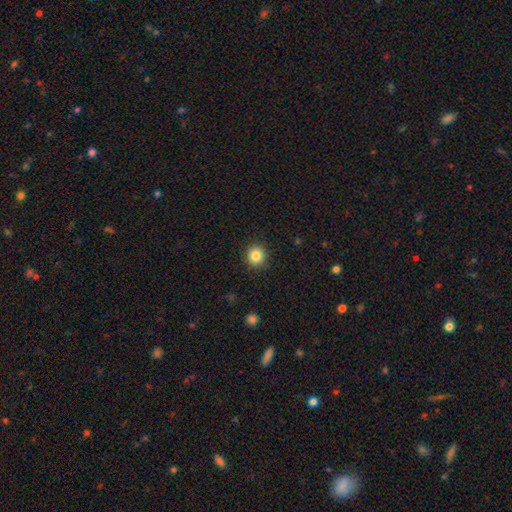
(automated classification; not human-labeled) Smooth or featured? smooth (85%)
How rounded? round (90%)
Merging? none (91%)